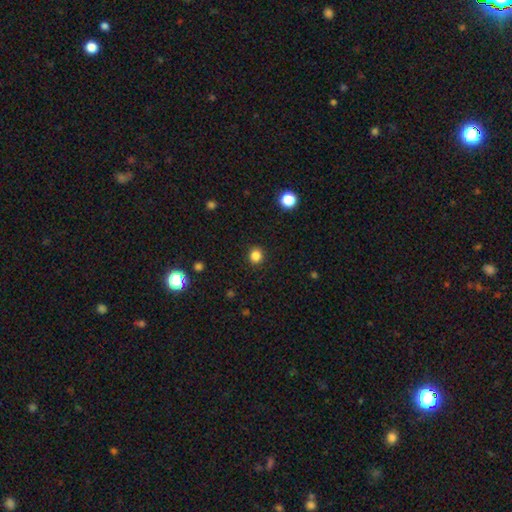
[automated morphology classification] Smooth or featured? smooth (84%)
How rounded? round (87%)
Merging? none (91%)